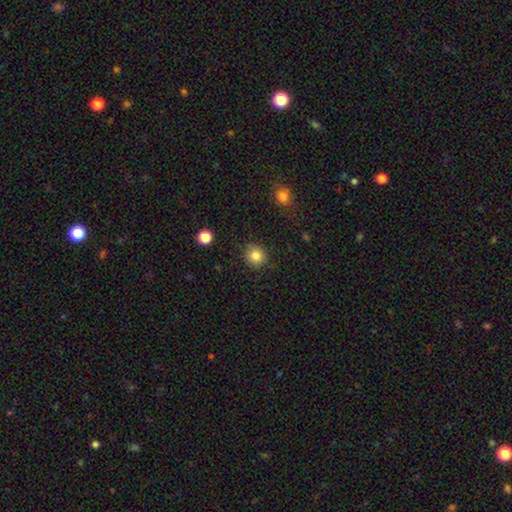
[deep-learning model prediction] Smooth or featured? Predicted: smooth (p=0.84). How rounded? Predicted: round (p=0.83). Merging? Predicted: none (p=0.85).